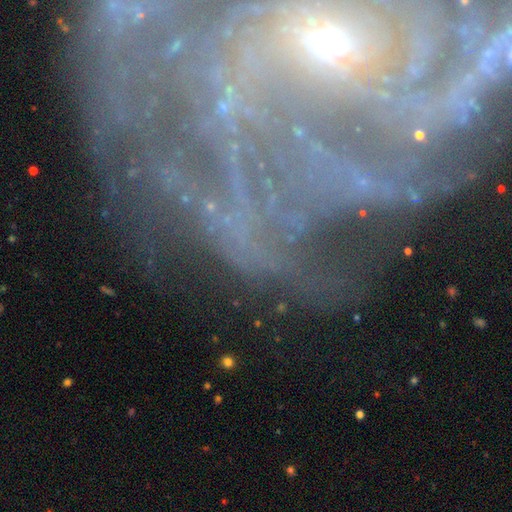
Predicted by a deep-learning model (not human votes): The model was most divided on "smooth or featured": featured or disk: 55%, star or artifact: 32%, smooth: 13%. More confident: edge-on disk — no (89%); merging — none (65%).